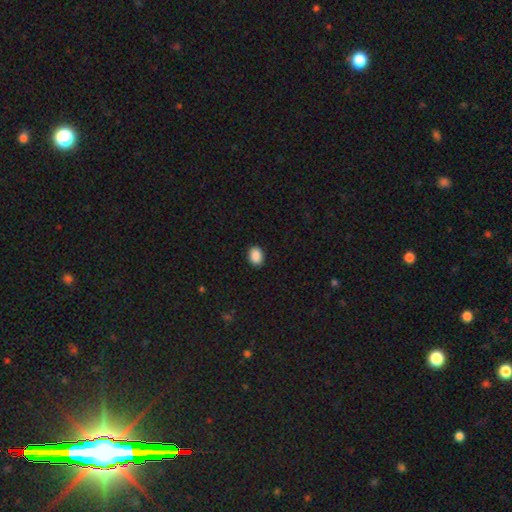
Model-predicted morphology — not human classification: smooth 90%, star or artifact 8%, featured or disk 2%. Down the decision tree: how rounded — in between (69%); merging — none (90%).